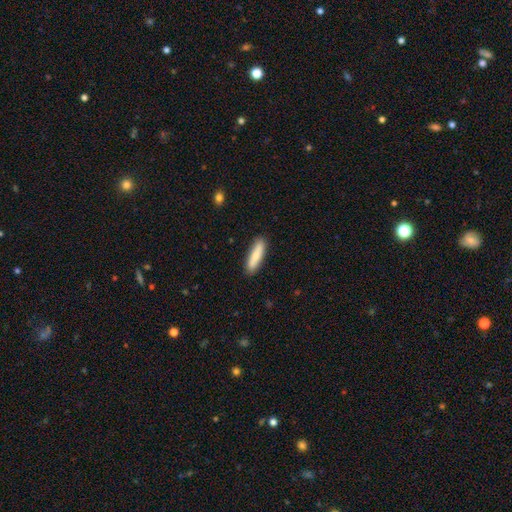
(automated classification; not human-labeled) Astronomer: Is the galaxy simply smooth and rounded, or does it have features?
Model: smooth — 75%.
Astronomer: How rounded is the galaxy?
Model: cigar-shaped — 70%.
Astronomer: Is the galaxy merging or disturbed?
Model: none — 88%.